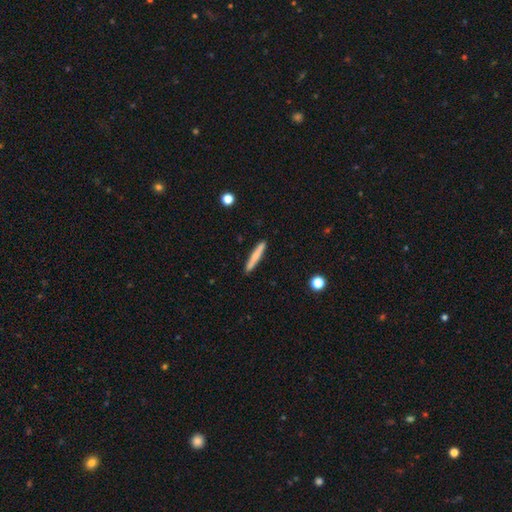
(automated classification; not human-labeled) The model was most divided on "smooth or featured": smooth: 72%, featured or disk: 22%, star or artifact: 6%. More confident: how rounded — cigar-shaped (95%); merging — none (90%).